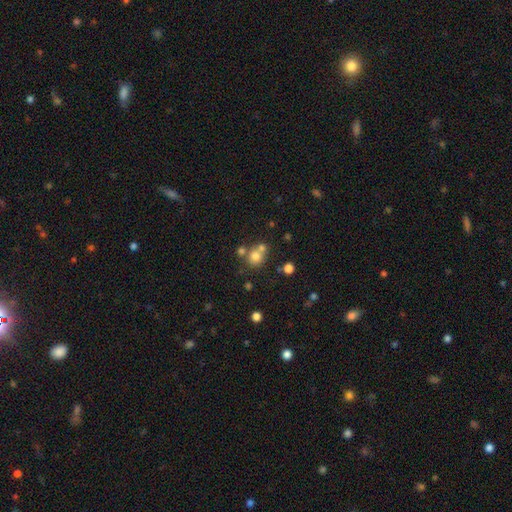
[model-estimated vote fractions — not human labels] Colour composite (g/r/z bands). It shows a smooth galaxy with no disk features (74%) that is round (85%). Merging: none (53%).